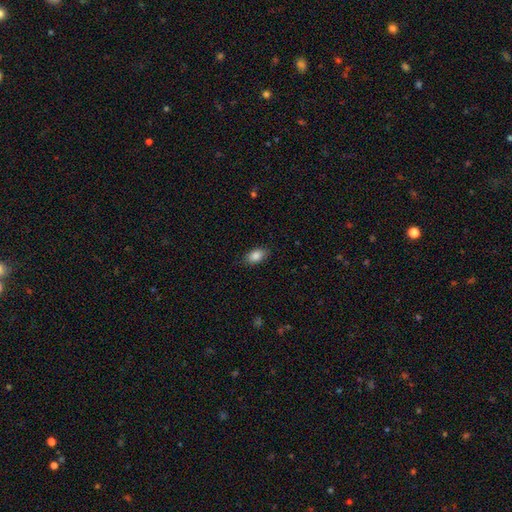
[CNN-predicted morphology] smooth_or_featured: smooth (p=0.86) [alt: star or artifact p=0.07]
how_rounded: in between (p=0.90) [alt: round p=0.06]
merging: none (p=0.85) [alt: minor disturbance p=0.11]